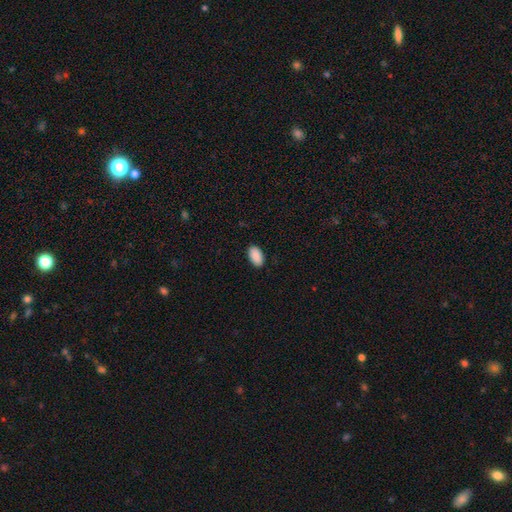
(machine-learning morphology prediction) type=smooth (91%); roundness=in between (95%); merging=none (89%).